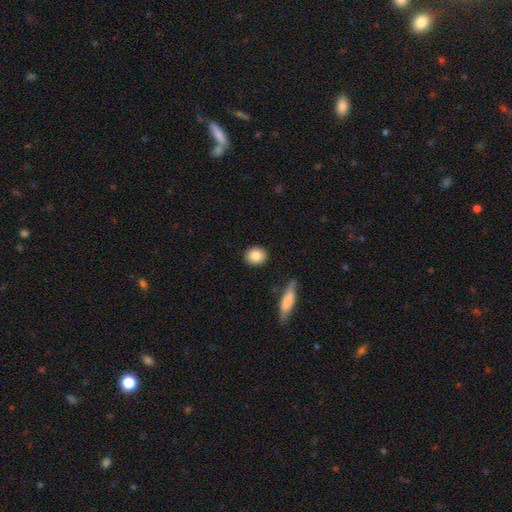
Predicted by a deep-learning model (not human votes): smooth 85%, featured or disk 8%, star or artifact 7%. Down the decision tree: how rounded — round (73%); merging — none (89%).